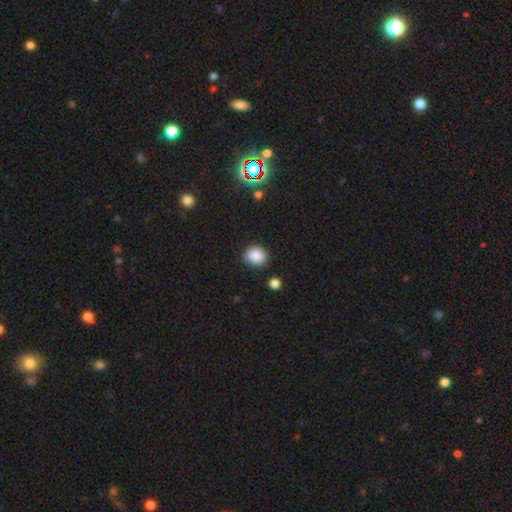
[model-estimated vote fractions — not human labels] A smooth galaxy with no disk features (86%) that is round (73%). Merging: none (83%).